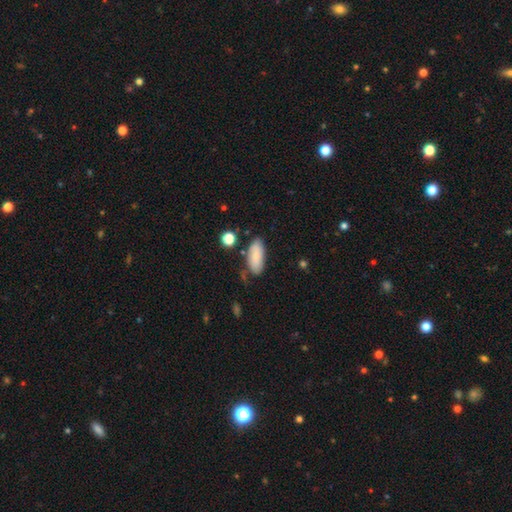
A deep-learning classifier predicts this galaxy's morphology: A smooth galaxy with no disk features (81%) that is in between round and cigar-shaped (85%).

Vote fractions:
- Smooth or featured? smooth: 81% / featured or disk: 12% / star or artifact: 7%
- How rounded? in between: 85% / cigar-shaped: 13% / round: 2%
- Merging? none: 70% / minor disturbance: 20% / merger: 5% / major disturbance: 5%